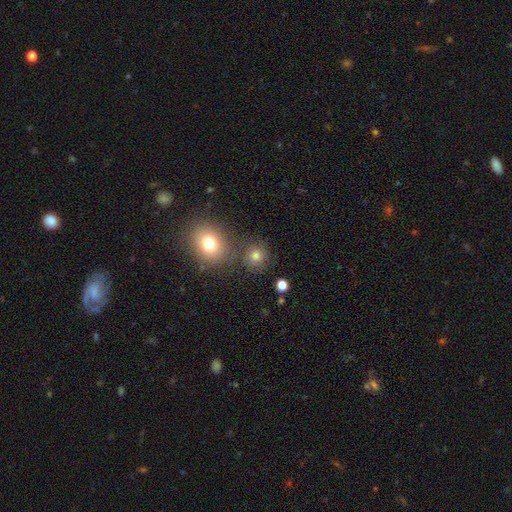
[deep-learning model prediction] Smooth or featured? smooth (78%)
How rounded? round (85%)
Merging? none (71%)